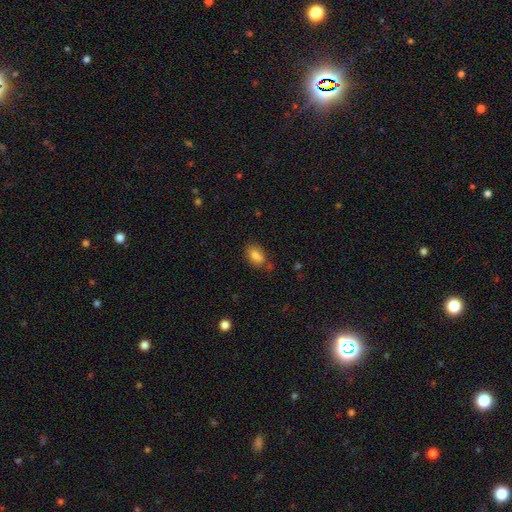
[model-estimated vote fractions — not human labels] A smooth galaxy with no disk features (78%) that is in between round and cigar-shaped (85%).

Vote fractions:
- Smooth or featured? smooth: 78% / featured or disk: 12% / star or artifact: 10%
- How rounded? in between: 85% / round: 11% / cigar-shaped: 3%
- Merging? none: 59% / minor disturbance: 21% / merger: 15% / major disturbance: 5%